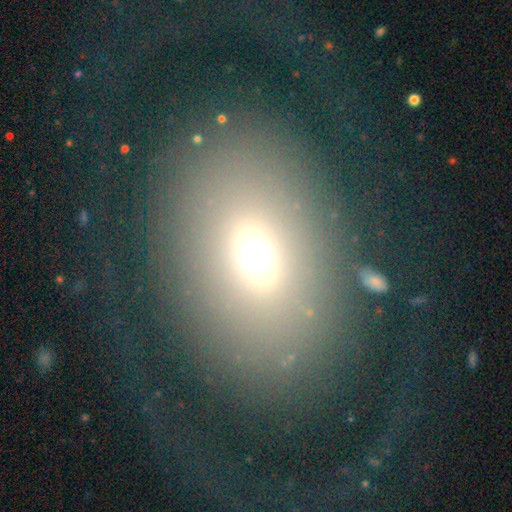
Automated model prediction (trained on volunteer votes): smooth_or_featured: smooth (p=0.62) [alt: star or artifact p=0.20]
how_rounded: in between (p=0.71) [alt: round p=0.26]
merging: none (p=0.80) [alt: minor disturbance p=0.10]